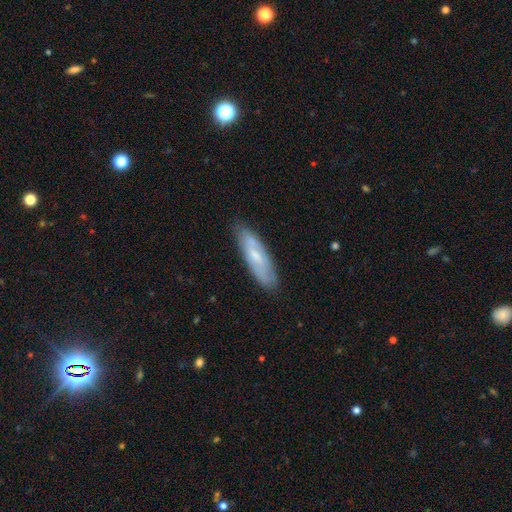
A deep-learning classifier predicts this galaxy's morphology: Smooth or featured?
  - smooth: 51% *
  - featured or disk: 42%
  - star or artifact: 7%
How rounded?
  - cigar-shaped: 58% *
  - in between: 40%
  - round: 2%
Merging?
  - none: 78% *
  - minor disturbance: 17%
  - major disturbance: 3%
  - merger: 2%